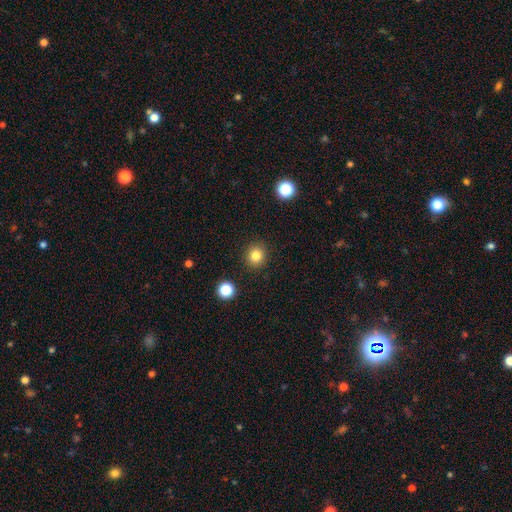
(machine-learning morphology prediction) smooth 82%, star or artifact 12%, featured or disk 6%. Down the decision tree: how rounded — round (88%); merging — none (91%).